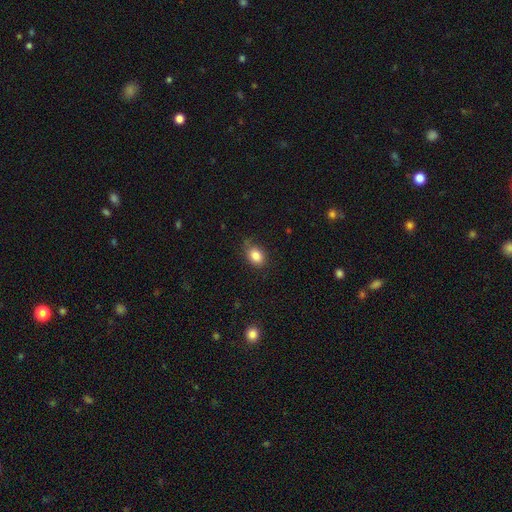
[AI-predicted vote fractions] Overall: smooth (84%). How rounded: in between (68%; round 31%). Merging: none (73%).